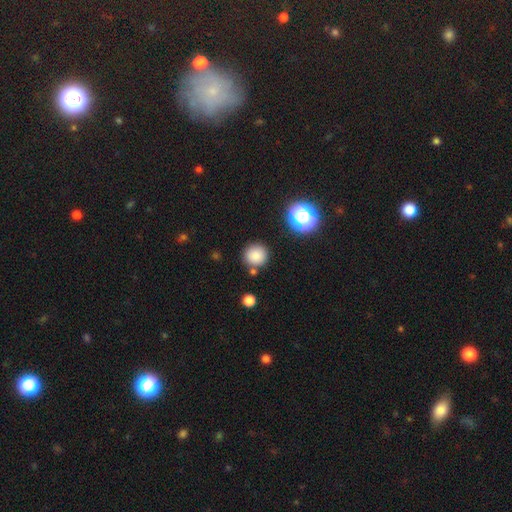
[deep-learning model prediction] This appears to be a smooth galaxy with no disk features (81%) that is round (93%). Merging: none (83%).